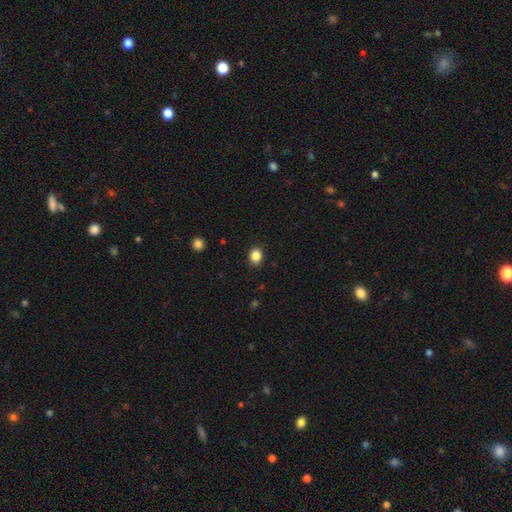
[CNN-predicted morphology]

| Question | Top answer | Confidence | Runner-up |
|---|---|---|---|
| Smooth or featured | smooth | 86% | star or artifact (10%) |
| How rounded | round | 59% | in between (41%) |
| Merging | none | 90% | minor disturbance (7%) |